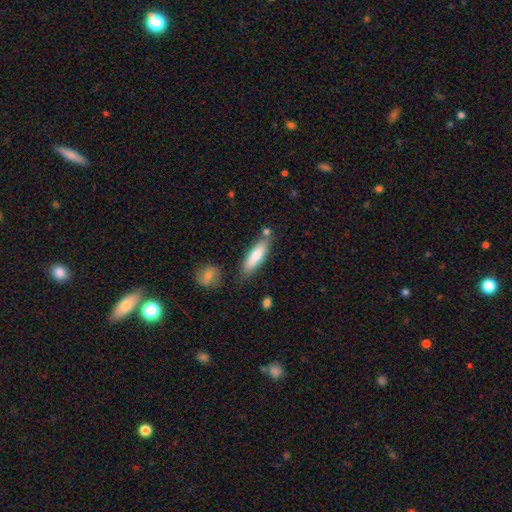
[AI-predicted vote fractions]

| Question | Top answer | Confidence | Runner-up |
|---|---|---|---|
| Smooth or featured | smooth | 75% | featured or disk (20%) |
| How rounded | cigar-shaped | 65% | in between (34%) |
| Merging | none | 74% | minor disturbance (14%) |